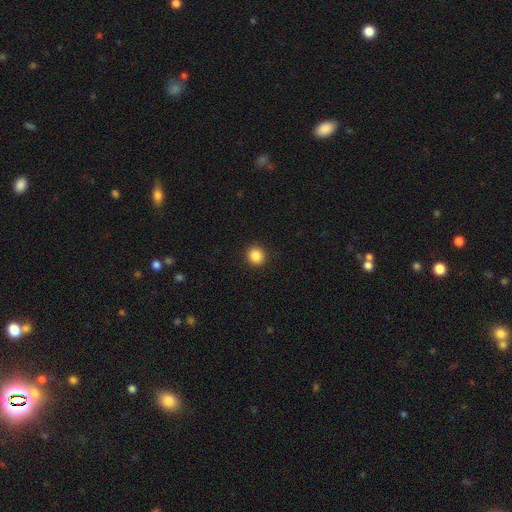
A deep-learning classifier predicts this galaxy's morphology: Smooth or featured? Predicted: smooth (p=0.87). How rounded? Predicted: round (p=0.88). Merging? Predicted: none (p=0.92).